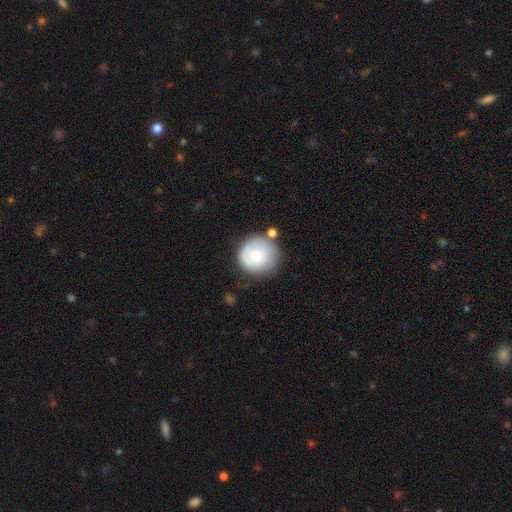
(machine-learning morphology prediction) smooth_or_featured: smooth (p=0.71) [alt: featured or disk p=0.22]
how_rounded: round (p=0.92) [alt: in between p=0.07]
merging: none (p=0.66) [alt: minor disturbance p=0.20]